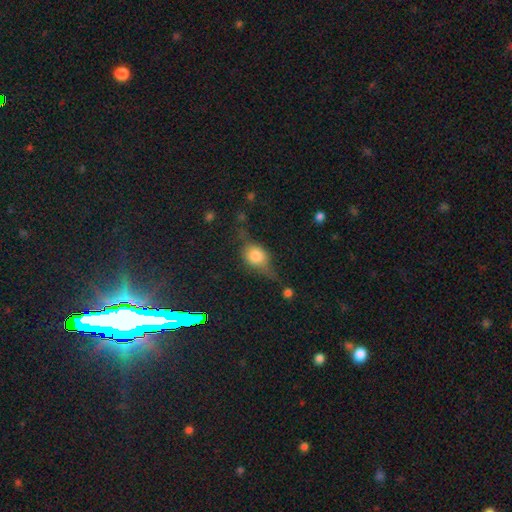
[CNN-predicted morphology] Q: Smooth or featured?
A: smooth (50%); runner-up: featured or disk (39%)
Q: How rounded?
A: in between (47%); runner-up: round (45%)
Q: Merging?
A: none (51%); runner-up: minor disturbance (28%)